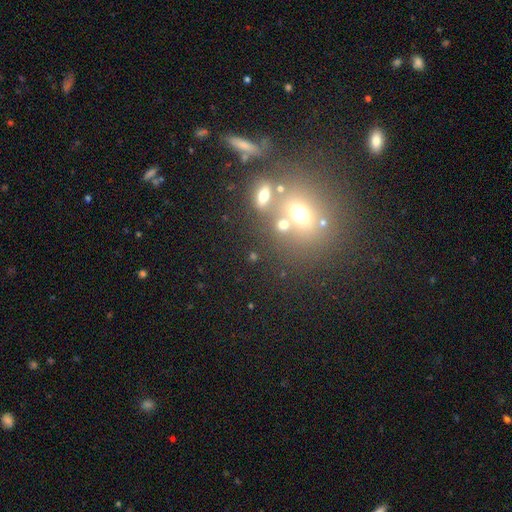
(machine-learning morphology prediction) A smooth galaxy with no disk features (46%). Merging: none (54%).